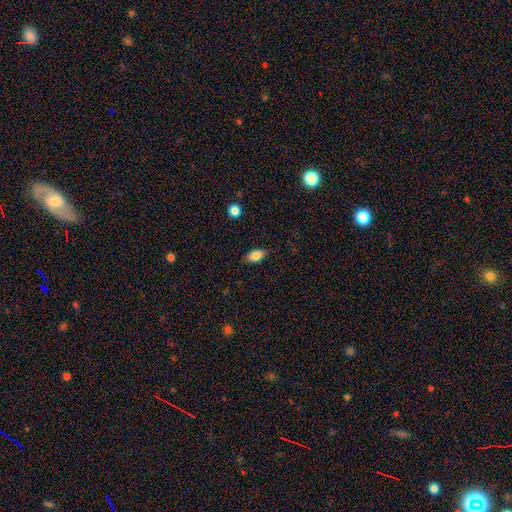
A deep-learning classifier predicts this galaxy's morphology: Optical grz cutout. It shows a smooth galaxy with no disk features (82%) that is in between round and cigar-shaped (87%). Merging: none (81%).